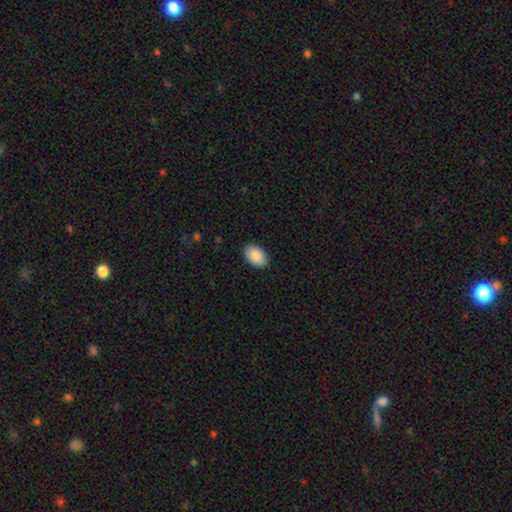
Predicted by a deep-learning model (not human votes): Smooth or featured?
  - smooth: 89% *
  - star or artifact: 6%
  - featured or disk: 5%
How rounded?
  - in between: 91% *
  - round: 7%
  - cigar-shaped: 1%
Merging?
  - none: 89% *
  - minor disturbance: 8%
  - major disturbance: 2%
  - merger: 1%